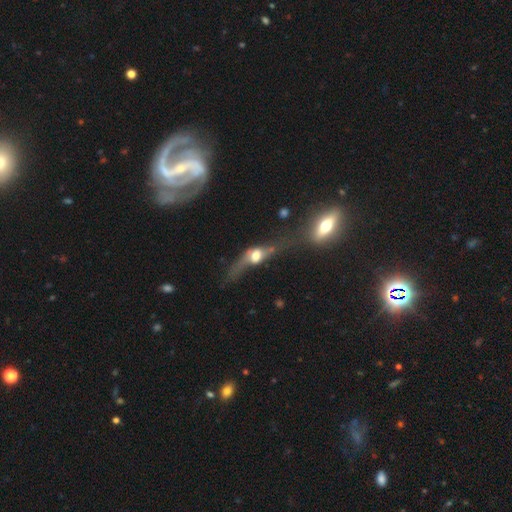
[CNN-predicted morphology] smooth_or_featured: featured or disk (p=0.61) [alt: smooth p=0.30]
disk_edge_on: yes (p=0.57) [alt: no p=0.43]
merging: none (p=0.33) [alt: major disturbance p=0.28]